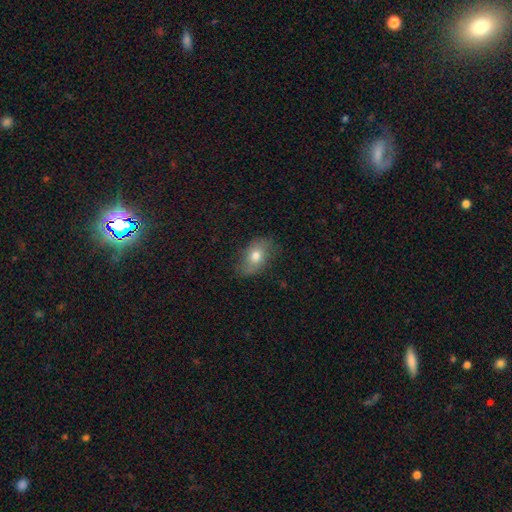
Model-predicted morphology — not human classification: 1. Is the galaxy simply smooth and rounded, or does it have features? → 69% smooth, 22% featured or disk, 8% star or artifact.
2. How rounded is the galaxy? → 85% in between, 13% round, 2% cigar-shaped.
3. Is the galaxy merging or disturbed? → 73% none, 21% minor disturbance, 6% major disturbance, 1% merger.